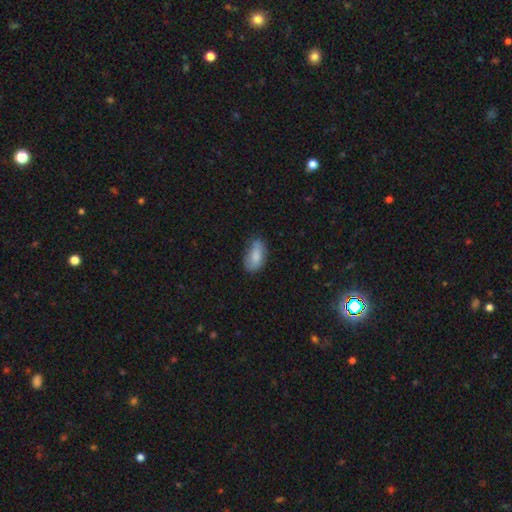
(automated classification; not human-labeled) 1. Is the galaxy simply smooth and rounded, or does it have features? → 84% smooth, 10% featured or disk, 7% star or artifact.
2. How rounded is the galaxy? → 92% in between, 4% cigar-shaped, 4% round.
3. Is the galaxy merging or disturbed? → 66% none, 26% minor disturbance, 6% major disturbance, 2% merger.